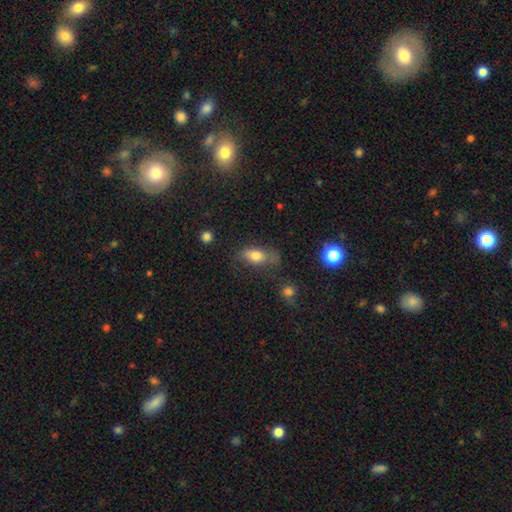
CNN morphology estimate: Overall: smooth (75%). How rounded: in between (83%). Merging: none (51%; minor disturbance 25%).